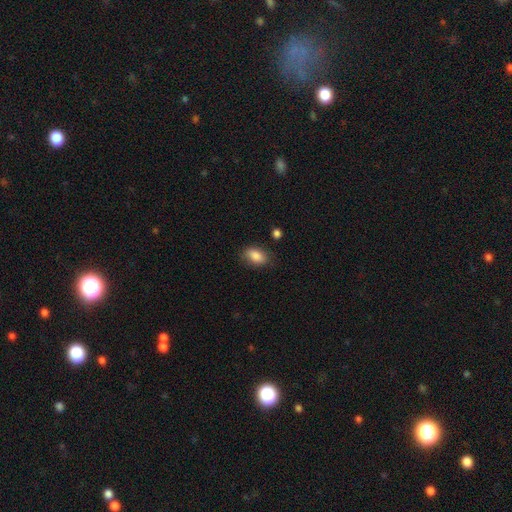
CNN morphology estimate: This appears to be a smooth galaxy with no disk features (86%) that is in between round and cigar-shaped (88%). Merging: none (80%).